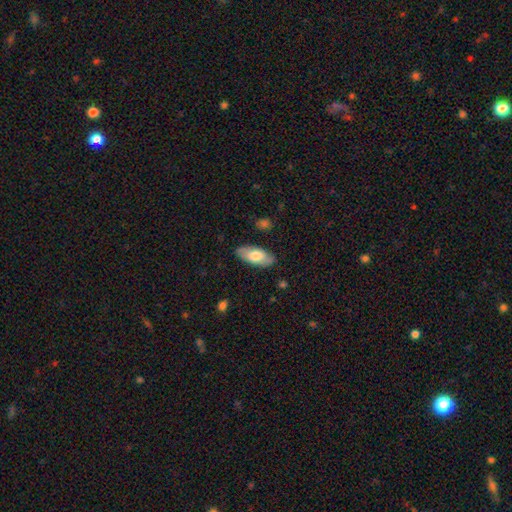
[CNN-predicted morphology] The model was most divided on "smooth or featured": smooth: 68%, featured or disk: 26%, star or artifact: 5%. More confident: how rounded — in between (87%); merging — none (84%).